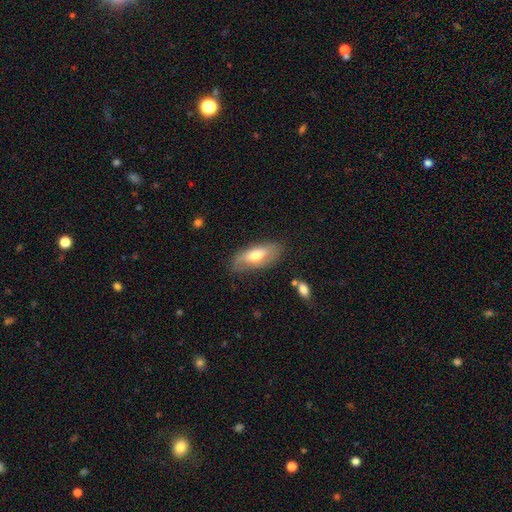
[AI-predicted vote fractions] This is possibly a smooth galaxy (58%). How rounded: clearly in between (83%). Merging: likely none (74%).